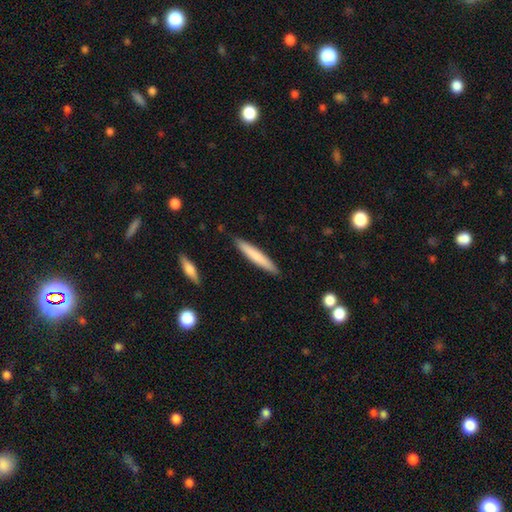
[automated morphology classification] type=smooth (75%); roundness=cigar-shaped (94%); merging=none (90%).